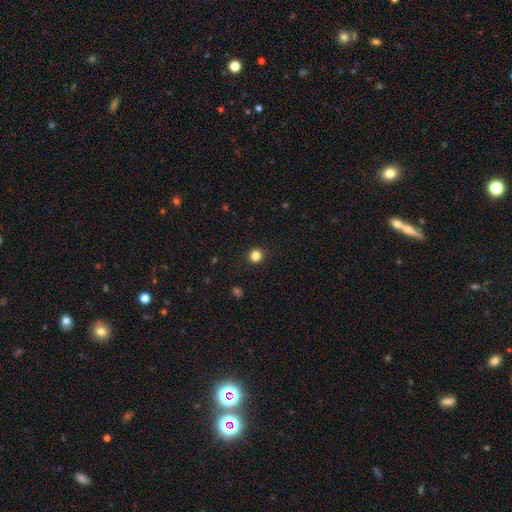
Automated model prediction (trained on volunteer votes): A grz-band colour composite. It shows a smooth galaxy with no disk features (83%) that is round (91%). Merging: none (91%).